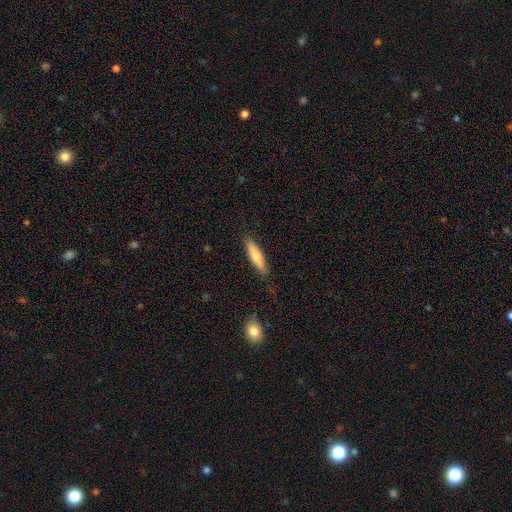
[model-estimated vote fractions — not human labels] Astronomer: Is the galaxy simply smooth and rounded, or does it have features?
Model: smooth — 67%.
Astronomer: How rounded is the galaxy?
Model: cigar-shaped — 76%.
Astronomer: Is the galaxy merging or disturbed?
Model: none — 85%.